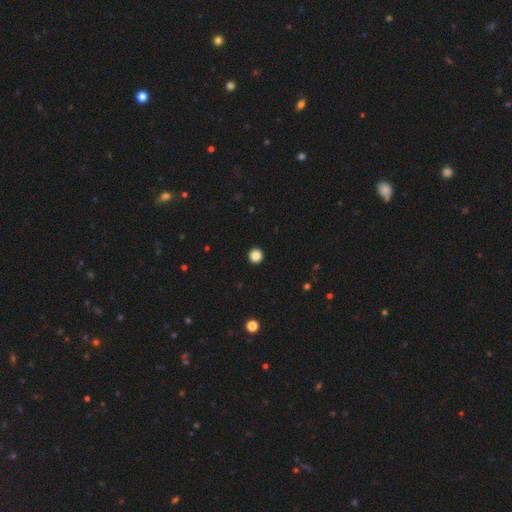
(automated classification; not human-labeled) Smooth or featured: smooth — 87% (star or artifact — 11%)
How rounded: round — 96% (in between — 3%)
Merging: none — 94% (minor disturbance — 3%)